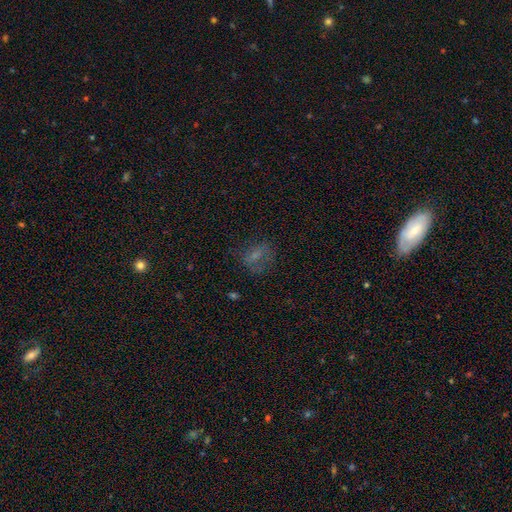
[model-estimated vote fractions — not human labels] smooth_or_featured: smooth (p=0.55) [alt: featured or disk p=0.23]
how_rounded: in between (p=0.54) [alt: round p=0.43]
merging: none (p=0.57) [alt: minor disturbance p=0.21]